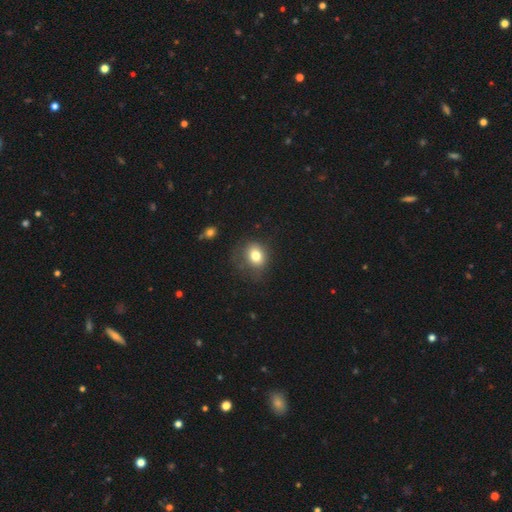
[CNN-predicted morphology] Smooth or featured?
  - smooth: 77% *
  - featured or disk: 12%
  - star or artifact: 11%
How rounded?
  - round: 58% *
  - in between: 41%
  - cigar-shaped: 1%
Merging?
  - none: 62% *
  - minor disturbance: 24%
  - major disturbance: 12%
  - merger: 2%